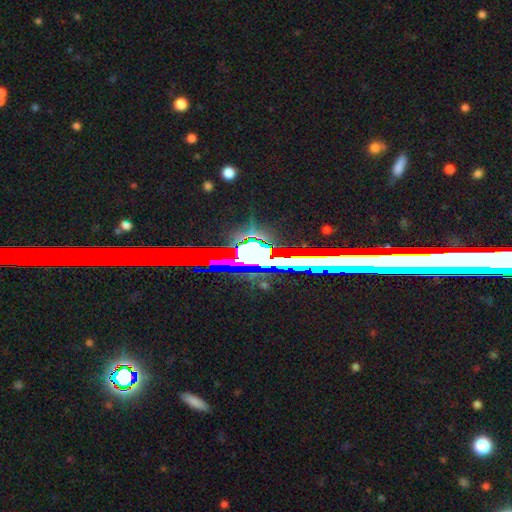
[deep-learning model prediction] Smooth or featured? star or artifact (62%)